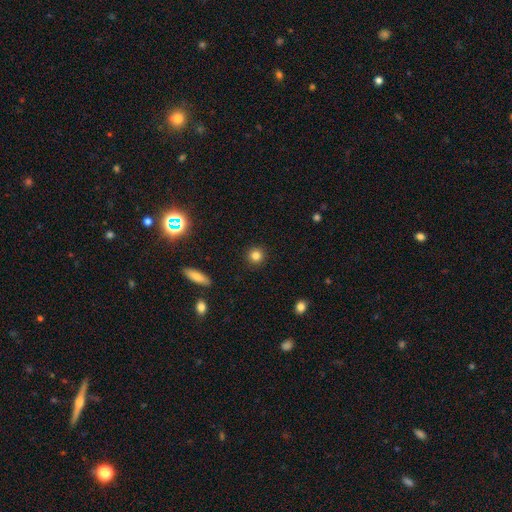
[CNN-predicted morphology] Smooth or featured: smooth — 83% (star or artifact — 12%)
How rounded: round — 93% (in between — 6%)
Merging: none — 92% (minor disturbance — 5%)